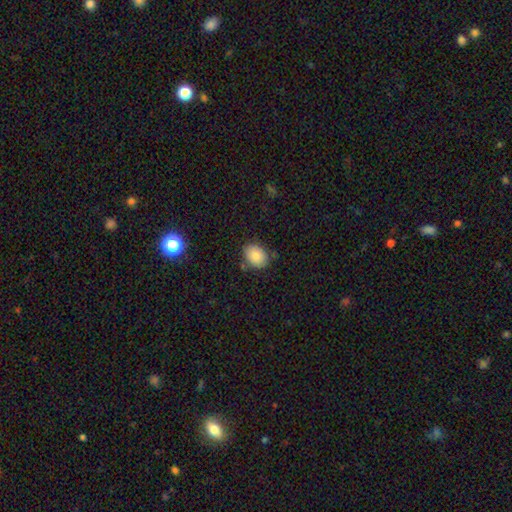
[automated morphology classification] Smooth or featured?
  - smooth: 85% *
  - star or artifact: 8%
  - featured or disk: 7%
How rounded?
  - in between: 68% *
  - round: 31%
  - cigar-shaped: 1%
Merging?
  - none: 78% *
  - minor disturbance: 14%
  - merger: 4%
  - major disturbance: 3%